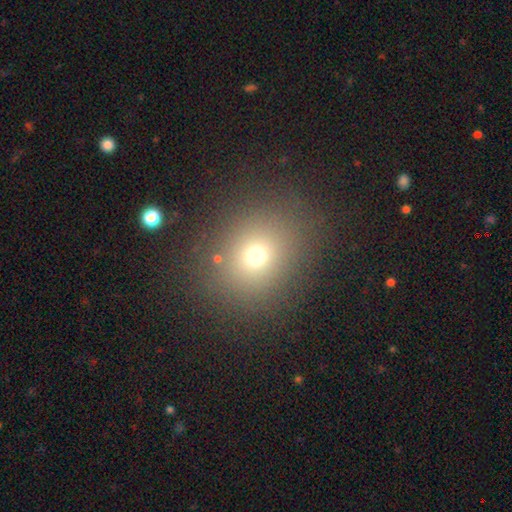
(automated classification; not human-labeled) A smooth galaxy with no disk features (69%) that is round (68%). Merging: none (84%).